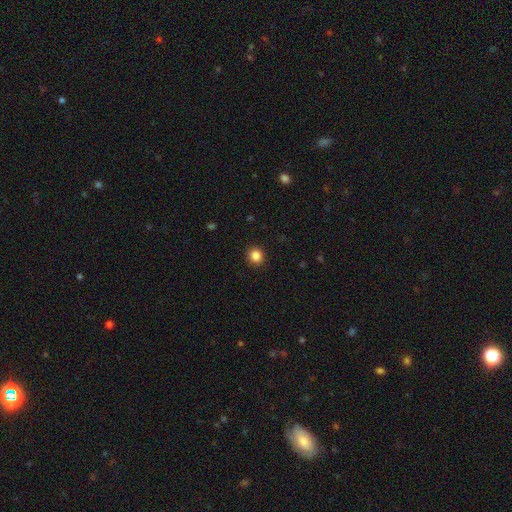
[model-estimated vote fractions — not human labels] Smooth or featured?
  - smooth: 85% *
  - star or artifact: 11%
  - featured or disk: 4%
How rounded?
  - round: 88% *
  - in between: 11%
  - cigar-shaped: 1%
Merging?
  - none: 92% *
  - minor disturbance: 5%
  - major disturbance: 2%
  - merger: 1%